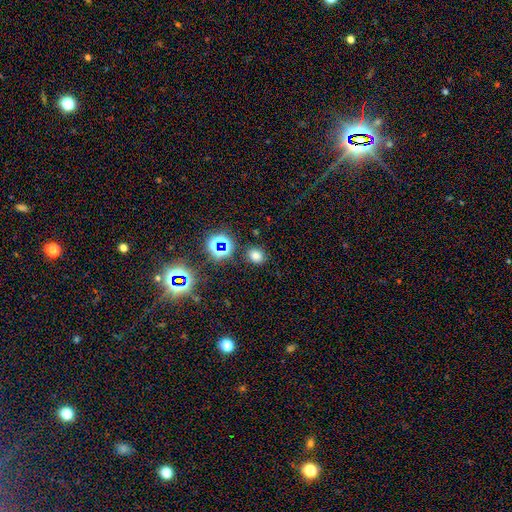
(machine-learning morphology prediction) Overall: smooth (70%). How rounded: round (60%; in between 39%). Merging: none (83%).